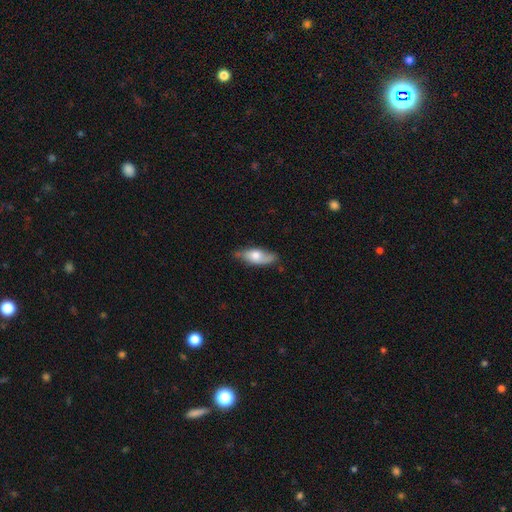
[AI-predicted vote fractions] A smooth galaxy with no disk features (60%) that is in between round and cigar-shaped (73%). Merging: none (66%).